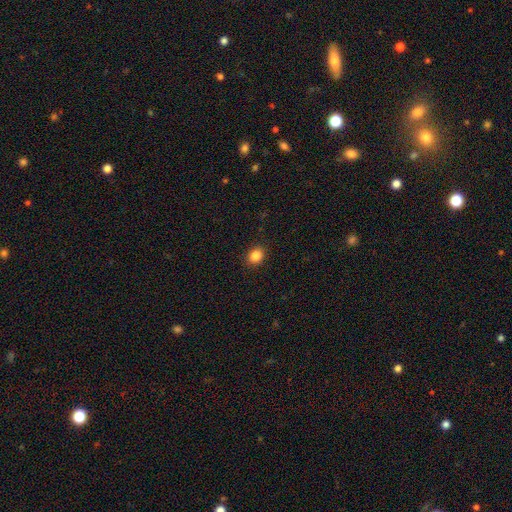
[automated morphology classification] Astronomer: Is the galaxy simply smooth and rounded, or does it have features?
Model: smooth — 85%.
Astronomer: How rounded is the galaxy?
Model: round — 59% (runner-up: in between, 40%).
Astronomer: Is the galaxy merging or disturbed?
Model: none — 90%.